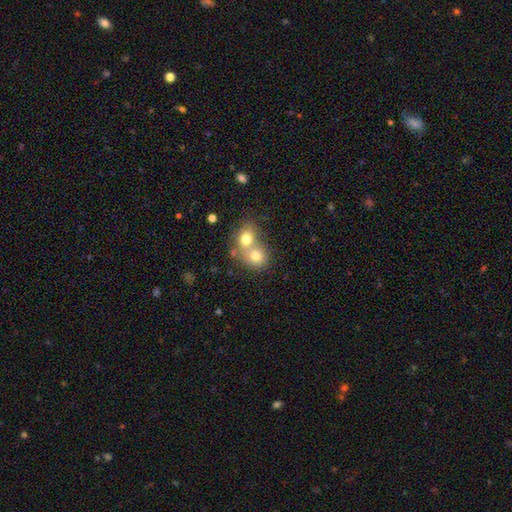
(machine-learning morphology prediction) Smooth or featured: smooth — 73% (featured or disk — 16%)
How rounded: round — 71% (in between — 28%)
Merging: merger — 64% (none — 28%)